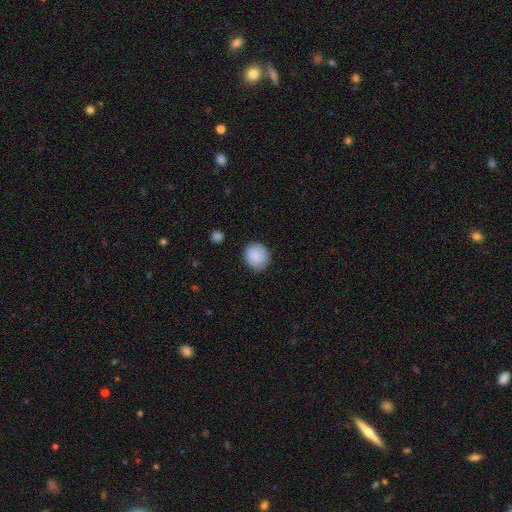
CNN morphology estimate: The model was most divided on "how rounded": round: 85%, in between: 14%, cigar-shaped: 1%. More confident: smooth or featured — smooth (89%); merging — none (86%).